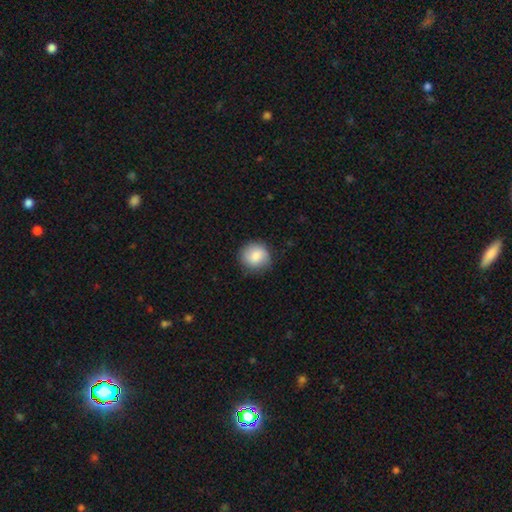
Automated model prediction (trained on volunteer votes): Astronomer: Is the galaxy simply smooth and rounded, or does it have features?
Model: smooth — 85%.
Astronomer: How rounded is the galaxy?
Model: round — 90%.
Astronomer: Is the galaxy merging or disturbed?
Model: none — 84%.